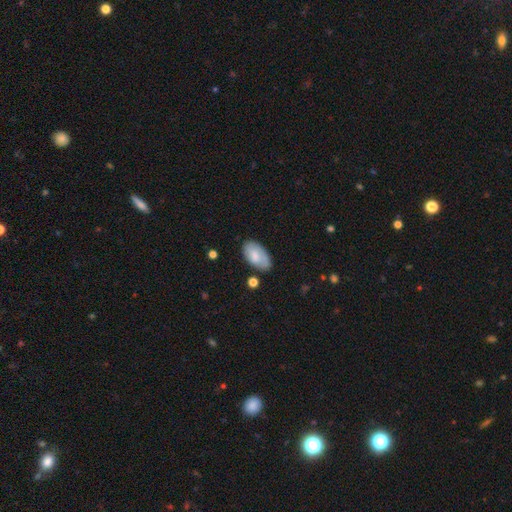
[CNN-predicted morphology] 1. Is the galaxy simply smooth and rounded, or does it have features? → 72% smooth, 22% featured or disk, 6% star or artifact.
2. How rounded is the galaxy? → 95% in between, 3% round, 2% cigar-shaped.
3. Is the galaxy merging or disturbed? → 72% none, 20% minor disturbance, 5% major disturbance, 3% merger.